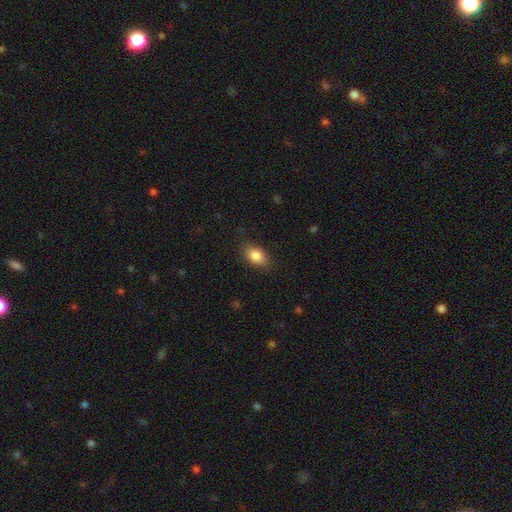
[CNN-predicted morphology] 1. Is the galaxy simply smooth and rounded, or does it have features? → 86% smooth, 8% star or artifact, 7% featured or disk.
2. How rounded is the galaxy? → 86% in between, 11% round, 2% cigar-shaped.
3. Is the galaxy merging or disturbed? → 84% none, 12% minor disturbance, 3% major disturbance, 1% merger.